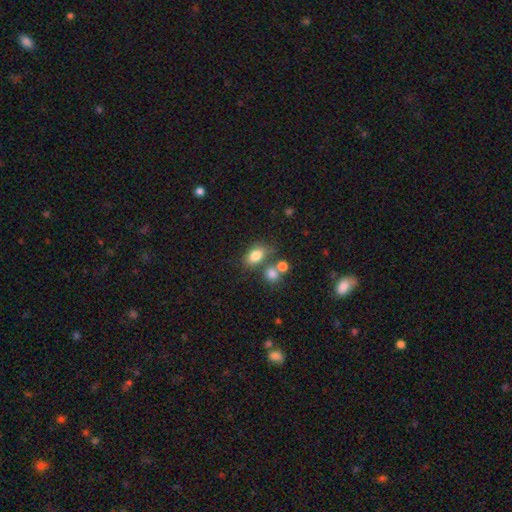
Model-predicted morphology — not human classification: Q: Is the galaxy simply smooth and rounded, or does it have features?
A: smooth — 80%.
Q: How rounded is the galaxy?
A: in between — 82%.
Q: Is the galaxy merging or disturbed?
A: none — 61%.